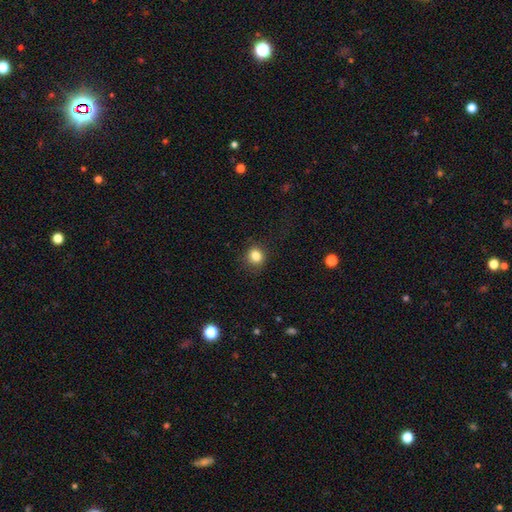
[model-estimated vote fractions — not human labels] This is clearly a smooth galaxy (84%). How rounded: likely round (78%). Merging: clearly none (85%).